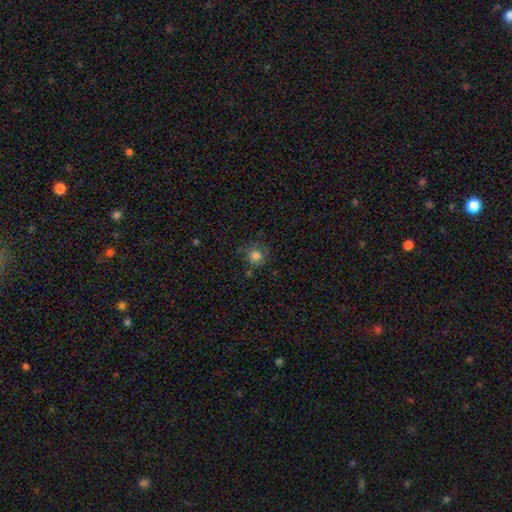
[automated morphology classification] Smooth or featured? Predicted: smooth (p=0.80). How rounded? Predicted: round (p=0.92). Merging? Predicted: none (p=0.75).